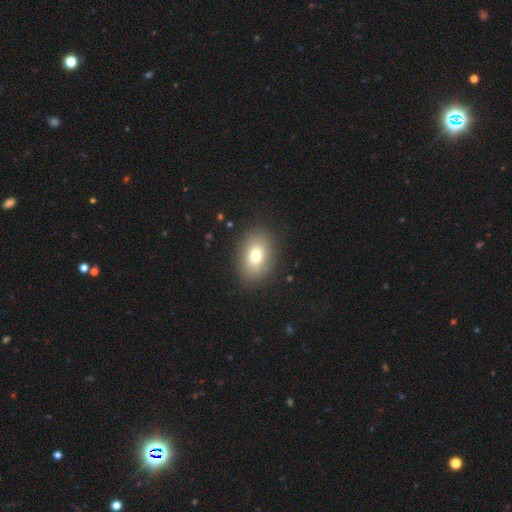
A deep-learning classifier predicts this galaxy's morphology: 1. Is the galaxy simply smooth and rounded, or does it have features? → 77% smooth, 13% featured or disk, 10% star or artifact.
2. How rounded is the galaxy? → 73% in between, 26% round, 1% cigar-shaped.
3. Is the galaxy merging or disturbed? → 86% none, 9% minor disturbance, 3% major disturbance, 1% merger.